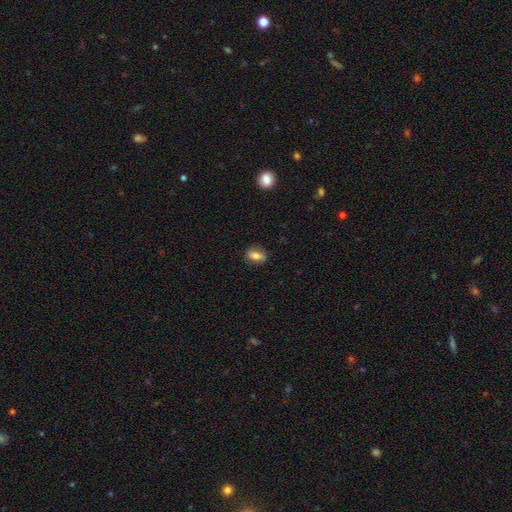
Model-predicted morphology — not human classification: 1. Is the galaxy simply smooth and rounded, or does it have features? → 71% smooth, 21% featured or disk, 9% star or artifact.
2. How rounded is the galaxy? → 75% in between, 19% round, 6% cigar-shaped.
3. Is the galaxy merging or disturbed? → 80% none, 15% minor disturbance, 3% major disturbance, 1% merger.